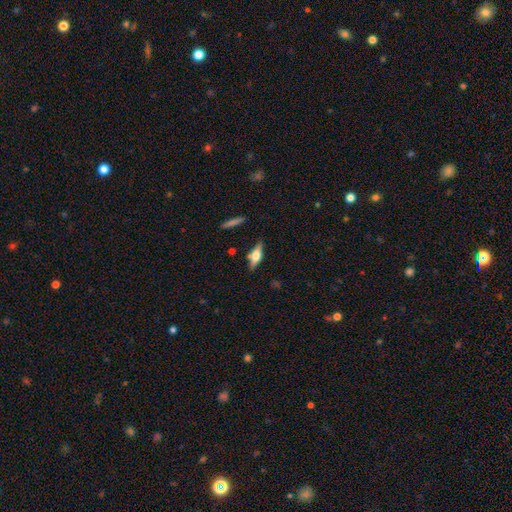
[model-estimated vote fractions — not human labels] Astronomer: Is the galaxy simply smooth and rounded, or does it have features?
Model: smooth — 49% (runner-up: featured or disk, 43%).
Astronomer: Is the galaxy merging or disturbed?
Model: none — 78%.